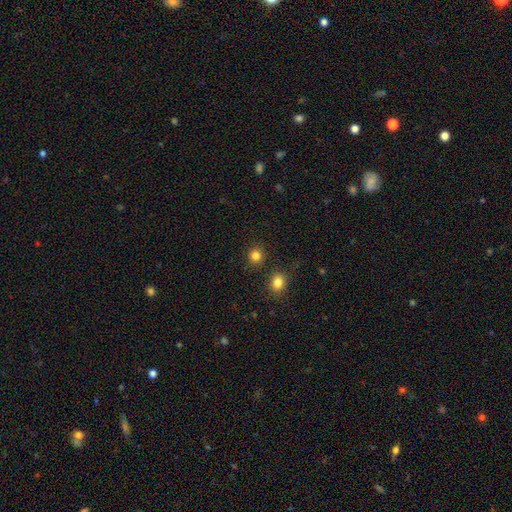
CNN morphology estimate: Smooth or featured?
  - smooth: 83% *
  - star or artifact: 13%
  - featured or disk: 4%
How rounded?
  - round: 90% *
  - in between: 9%
  - cigar-shaped: 1%
Merging?
  - none: 87% *
  - minor disturbance: 6%
  - merger: 5%
  - major disturbance: 2%